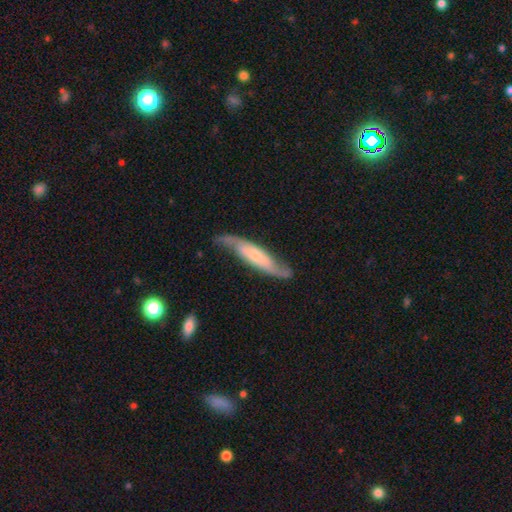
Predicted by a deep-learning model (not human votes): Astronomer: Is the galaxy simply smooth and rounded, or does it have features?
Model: featured or disk — 72%.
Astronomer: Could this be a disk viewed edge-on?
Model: no — 69%.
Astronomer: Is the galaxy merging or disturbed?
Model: none — 71%.